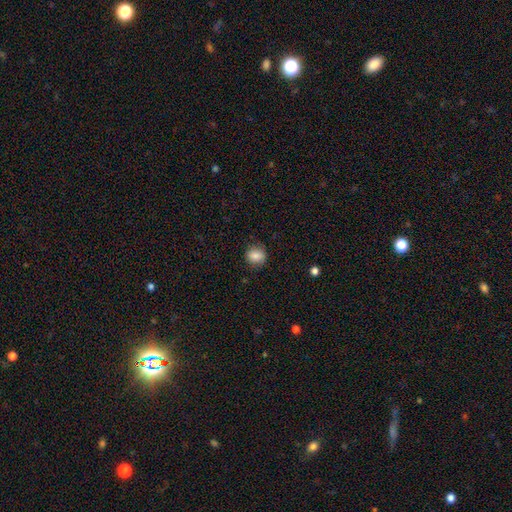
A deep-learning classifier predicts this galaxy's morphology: Q: Smooth or featured?
A: smooth (85%); runner-up: star or artifact (9%)
Q: How rounded?
A: round (70%); runner-up: in between (29%)
Q: Merging?
A: none (82%); runner-up: minor disturbance (14%)